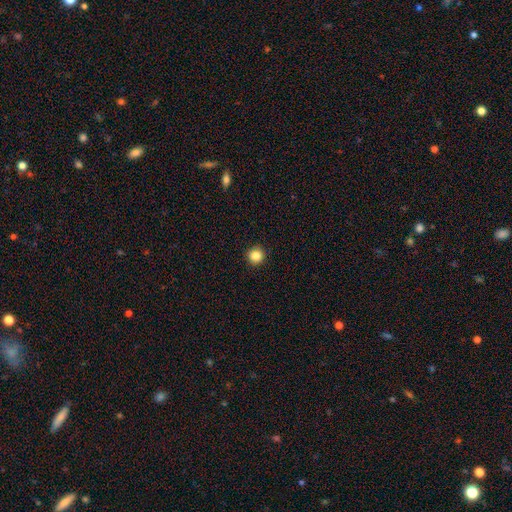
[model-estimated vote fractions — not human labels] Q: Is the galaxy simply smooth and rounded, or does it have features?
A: smooth — 86%.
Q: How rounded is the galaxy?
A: round — 95%.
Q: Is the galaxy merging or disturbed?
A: none — 93%.